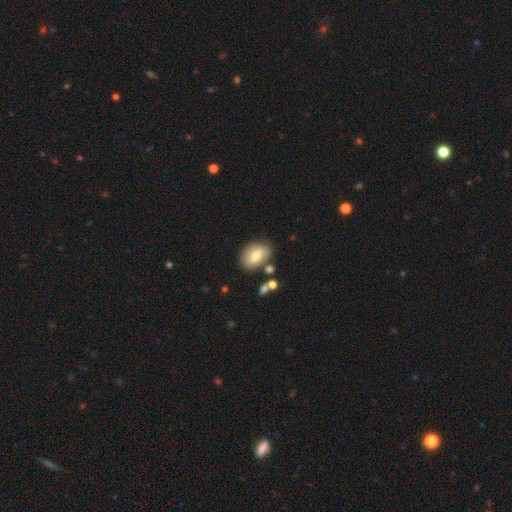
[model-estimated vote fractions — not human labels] Morphology: type=smooth (68%); roundness=in between (75%); merging=none (73%).